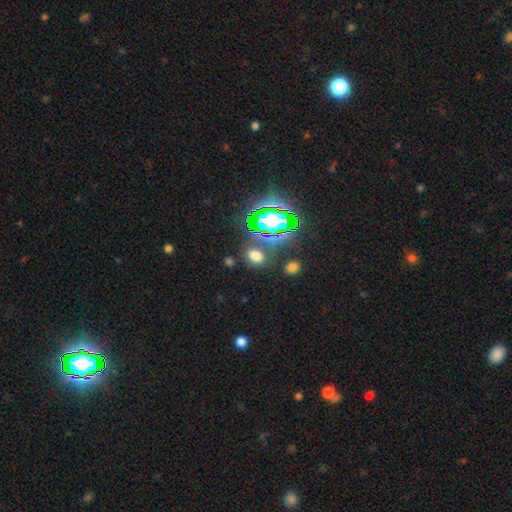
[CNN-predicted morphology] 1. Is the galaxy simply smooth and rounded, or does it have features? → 61% smooth, 32% star or artifact, 7% featured or disk.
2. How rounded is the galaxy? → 52% round, 46% in between, 2% cigar-shaped.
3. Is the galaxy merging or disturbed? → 80% none, 10% minor disturbance, 6% merger, 4% major disturbance.